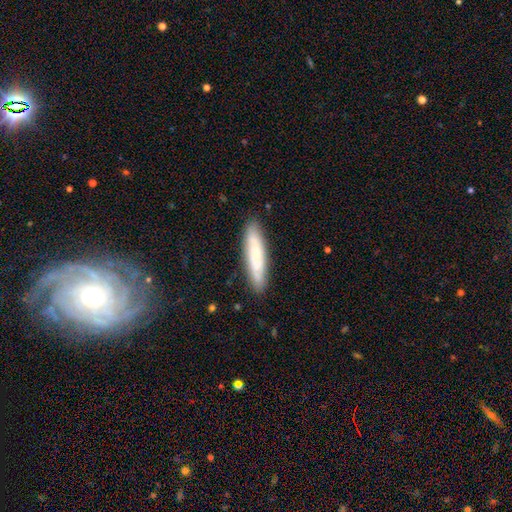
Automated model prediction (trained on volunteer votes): Morphology: type=smooth (71%); roundness=cigar-shaped (82%); merging=none (86%).